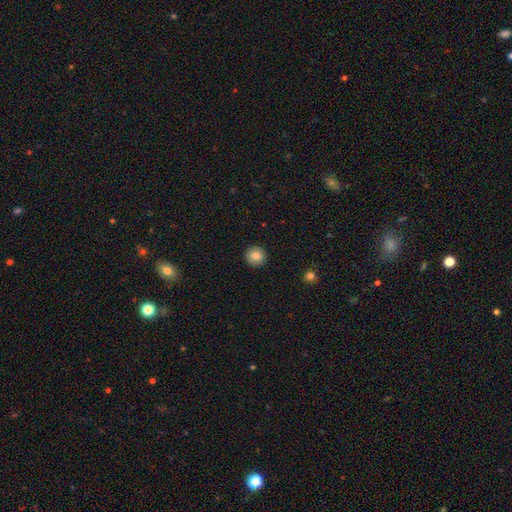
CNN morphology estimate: Overall: smooth (82%). How rounded: round (95%). Merging: none (93%).